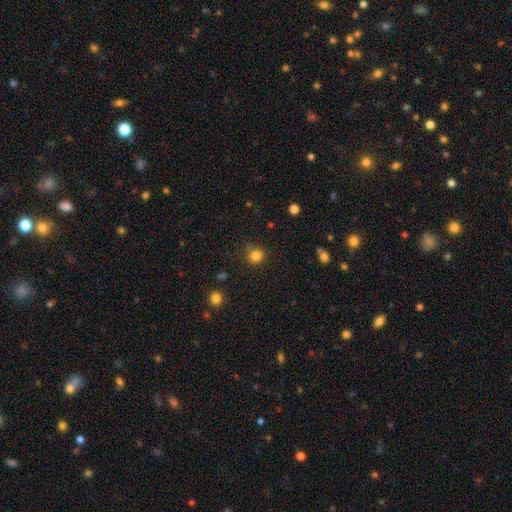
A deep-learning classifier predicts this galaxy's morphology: Q: Smooth or featured?
A: smooth (82%); runner-up: star or artifact (13%)
Q: How rounded?
A: round (88%); runner-up: in between (11%)
Q: Merging?
A: none (78%); runner-up: minor disturbance (13%)